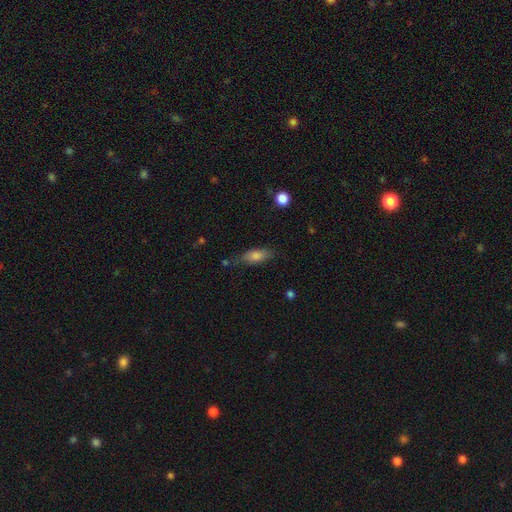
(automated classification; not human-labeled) This is likely a smooth galaxy (78%). How rounded: likely in between (73%). Merging: likely none (69%).